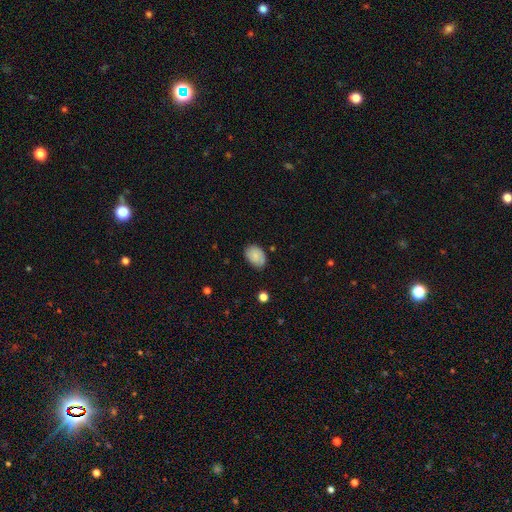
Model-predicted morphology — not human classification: This is clearly a smooth galaxy (80%). How rounded: clearly in between (83%). Merging: likely none (74%).